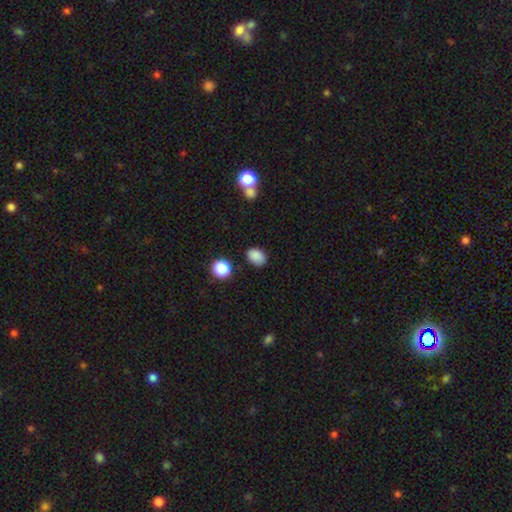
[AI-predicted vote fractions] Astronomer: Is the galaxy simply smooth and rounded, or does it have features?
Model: smooth — 85%.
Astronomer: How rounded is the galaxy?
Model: in between — 75%.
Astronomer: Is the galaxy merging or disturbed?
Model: none — 80%.